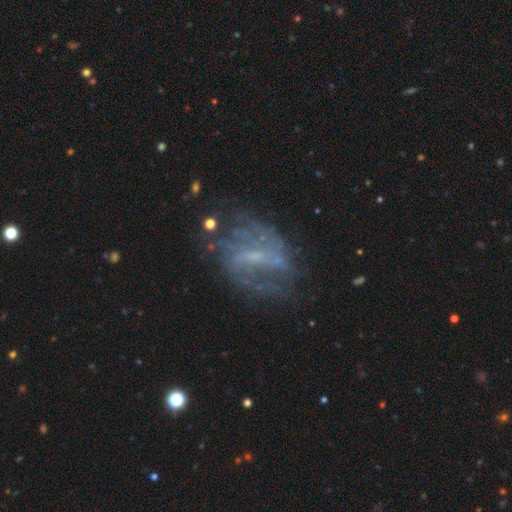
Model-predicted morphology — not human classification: Smooth or featured? featured or disk (77%)
Edge-on disk? no (96%)
Bar? weak (51%)
Spiral arms? yes (73%)
Spiral winding? medium (39%)
Spiral arm count? can't tell (45%)
Bulge size? small (58%)
Merging? none (59%)